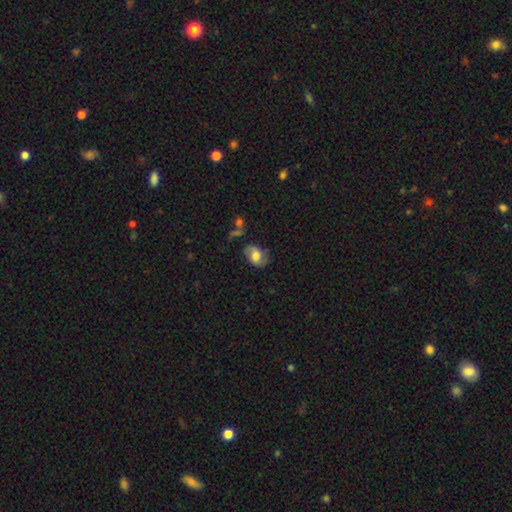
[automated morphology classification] smooth_or_featured: smooth (p=0.56) [alt: featured or disk p=0.37]
how_rounded: in between (p=0.81) [alt: round p=0.18]
merging: none (p=0.64) [alt: minor disturbance p=0.24]